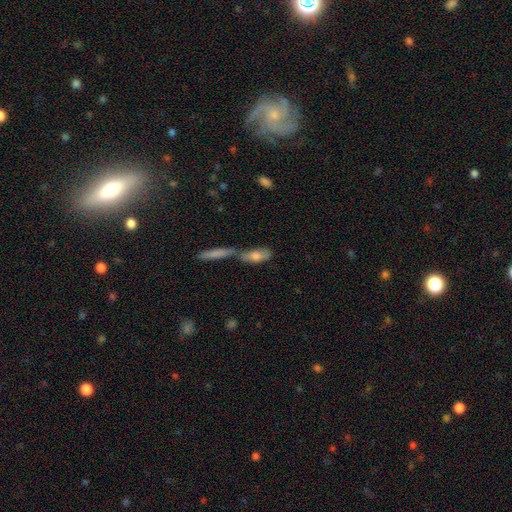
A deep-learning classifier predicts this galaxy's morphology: Smooth or featured? smooth (65%)
How rounded? in between (52%)
Merging? merger (54%)